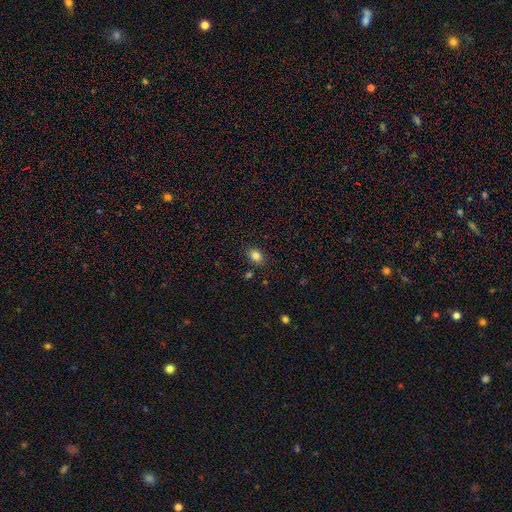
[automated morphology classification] A smooth galaxy with no disk features (83%) that is in between round and cigar-shaped (70%). Merging: none (83%).